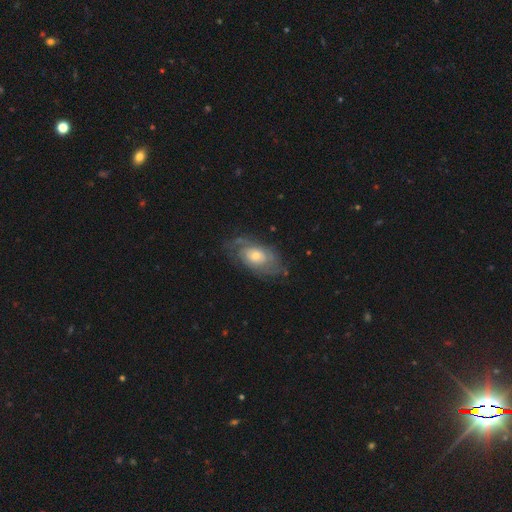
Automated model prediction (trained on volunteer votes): Smooth or featured: featured or disk — 75% (smooth — 19%)
Edge-on disk: no — 94% (yes — 6%)
Bar: no — 76% (weak — 21%)
Spiral arms: yes — 85% (no — 15%)
Spiral winding: tight — 55% (medium — 32%)
Spiral arm count: can't tell — 42% (2 — 37%)
Bulge size: moderate — 56% (small — 34%)
Merging: none — 69% (minor disturbance — 19%)